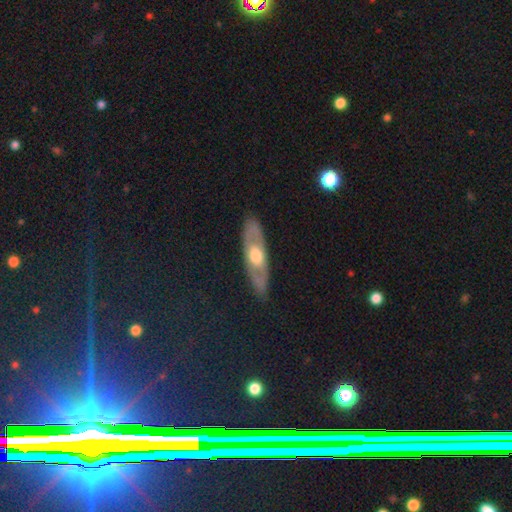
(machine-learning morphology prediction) smooth-or-featured: featured or disk: 61% | smooth: 34% | star or artifact: 5%
  disk-edge-on: no: 61% | yes: 39%
  merging: none: 86% | minor disturbance: 10% | major disturbance: 3% | merger: 1%